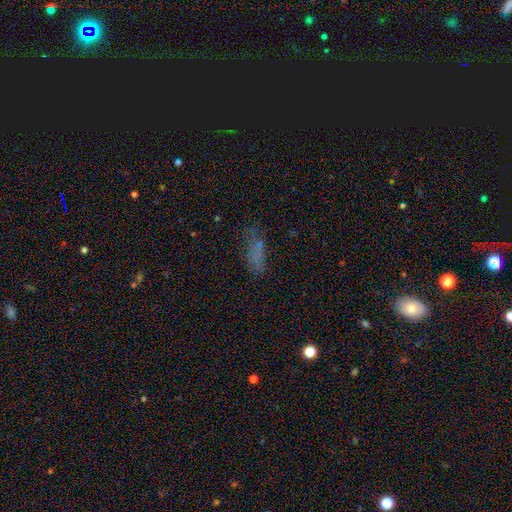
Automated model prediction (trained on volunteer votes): A smooth galaxy with no disk features (61%) that is in between round and cigar-shaped (62%).

Vote fractions:
- Smooth or featured? smooth: 61% / featured or disk: 20% / star or artifact: 19%
- How rounded? in between: 62% / cigar-shaped: 34% / round: 4%
- Merging? none: 53% / minor disturbance: 24% / major disturbance: 18% / merger: 5%